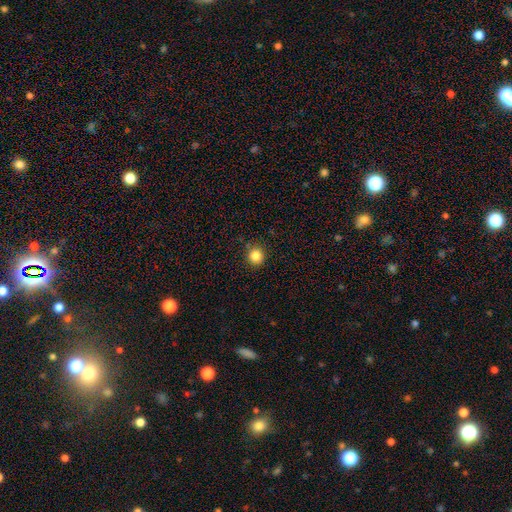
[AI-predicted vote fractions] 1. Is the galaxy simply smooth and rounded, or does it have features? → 84% smooth, 11% star or artifact, 4% featured or disk.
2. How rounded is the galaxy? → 91% round, 8% in between, 1% cigar-shaped.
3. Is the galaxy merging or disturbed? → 89% none, 7% minor disturbance, 2% major disturbance, 2% merger.